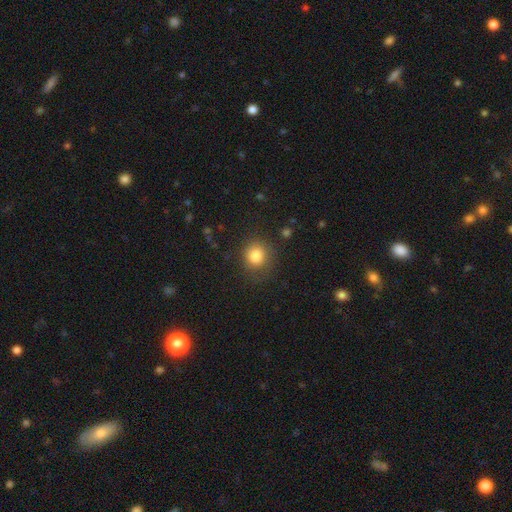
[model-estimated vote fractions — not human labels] Smooth or featured: smooth — 83% (star or artifact — 11%)
How rounded: round — 86% (in between — 13%)
Merging: none — 80% (minor disturbance — 13%)